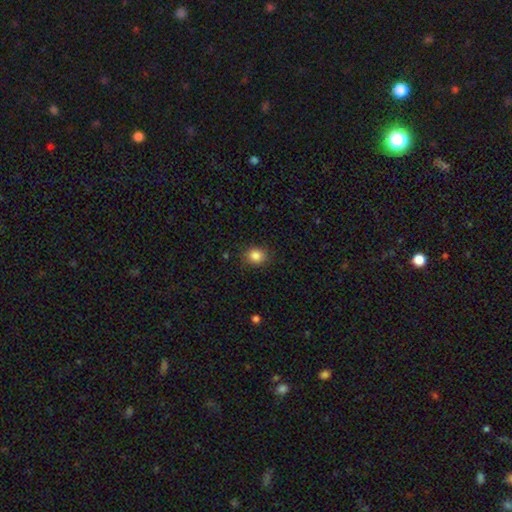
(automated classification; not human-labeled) A smooth galaxy with no disk features (86%) that is round (68%). Merging: none (87%).